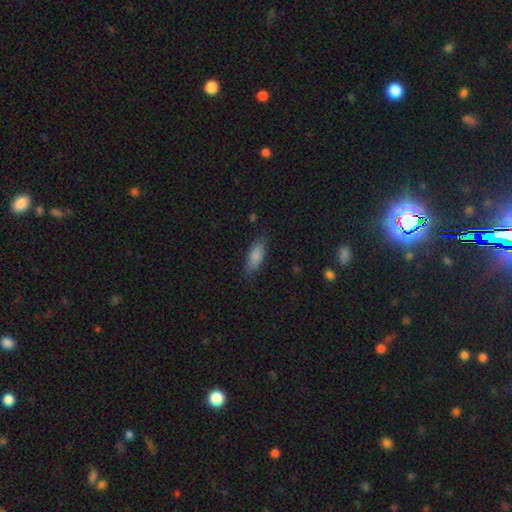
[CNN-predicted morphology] A smooth galaxy with no disk features (86%) that is in between round and cigar-shaped (74%).

Vote fractions:
- Smooth or featured? smooth: 86% / featured or disk: 8% / star or artifact: 7%
- How rounded? in between: 74% / cigar-shaped: 24% / round: 2%
- Merging? none: 81% / minor disturbance: 15% / major disturbance: 3% / merger: 1%